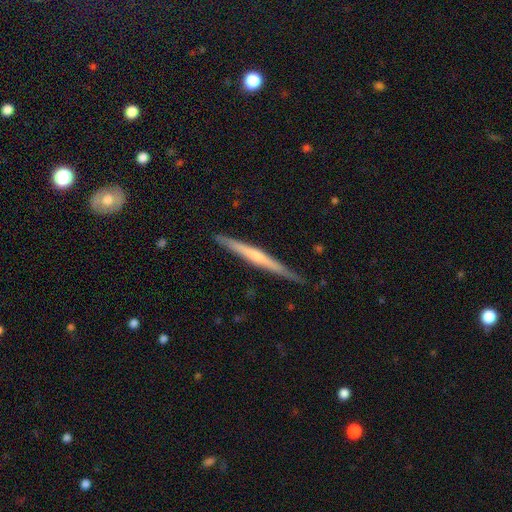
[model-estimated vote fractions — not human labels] The model was most divided on "edge-on bulge": none: 50%, rounded: 40%, boxy: 10%. More confident: edge-on disk — yes (97%); merging — none (86%); smooth or featured — featured or disk (61%).